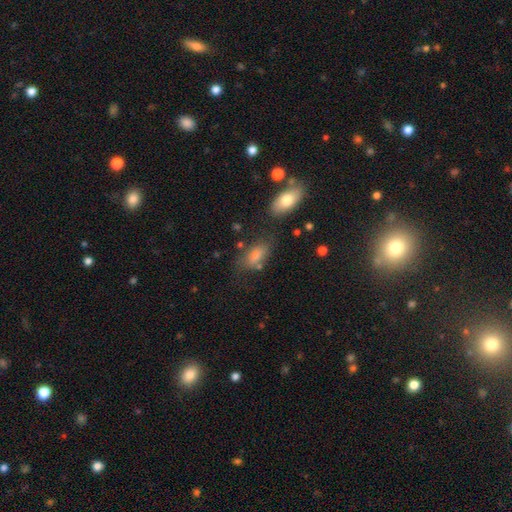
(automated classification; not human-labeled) smooth-or-featured: smooth: 80% | featured or disk: 11% | star or artifact: 9%
  how-rounded: in between: 88% | cigar-shaped: 6% | round: 6%
  merging: none: 57% | minor disturbance: 23% | major disturbance: 11% | merger: 9%